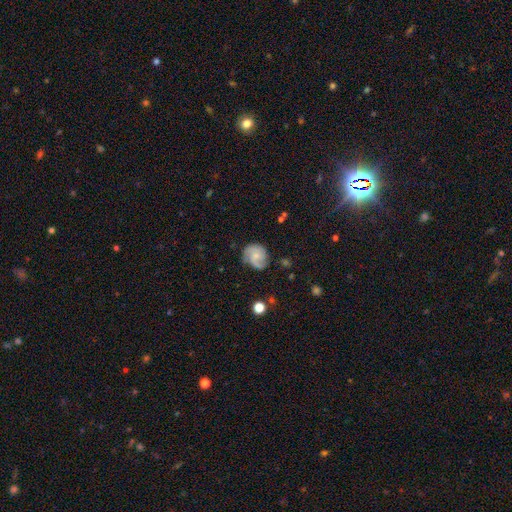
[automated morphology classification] Smooth or featured? Predicted: featured or disk (p=0.63). Edge-on disk? Predicted: no (p=0.98). Bar? Predicted: no (p=0.70). Spiral arms? Predicted: yes (p=0.93). Spiral winding? Predicted: medium (p=0.43). Spiral arm count? Predicted: 2 (p=0.44). Bulge size? Predicted: small (p=0.52). Merging? Predicted: none (p=0.64).